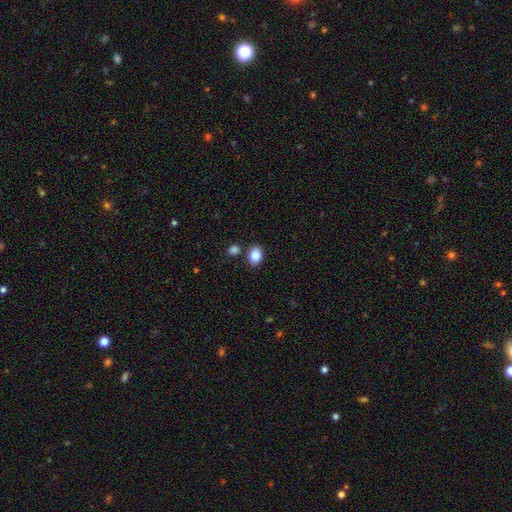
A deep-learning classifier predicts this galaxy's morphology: Smooth or featured?
  - smooth: 86% *
  - star or artifact: 9%
  - featured or disk: 5%
How rounded?
  - in between: 55% *
  - round: 44%
  - cigar-shaped: 1%
Merging?
  - none: 79% *
  - minor disturbance: 10%
  - merger: 8%
  - major disturbance: 3%